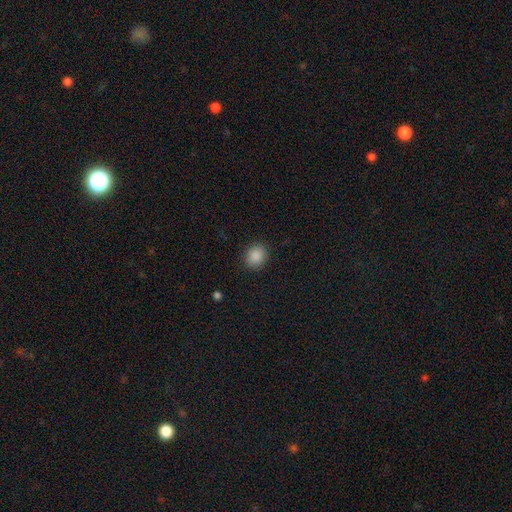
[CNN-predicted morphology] Overall: smooth (88%). How rounded: round (73%). Merging: none (89%).